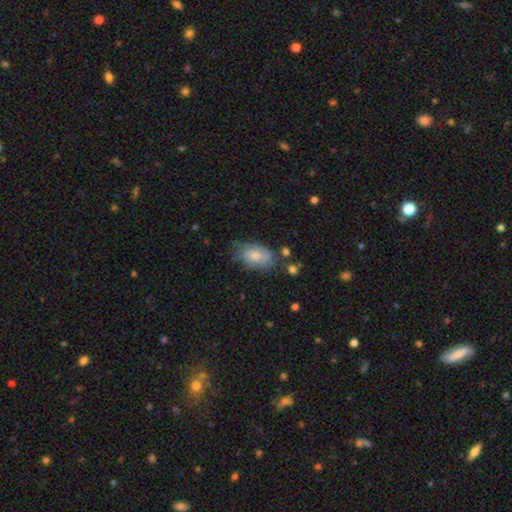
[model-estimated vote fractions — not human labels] smooth-or-featured: smooth: 67% | featured or disk: 26% | star or artifact: 7%
  how-rounded: in between: 88% | round: 10% | cigar-shaped: 2%
  merging: none: 53% | minor disturbance: 31% | major disturbance: 12% | merger: 4%